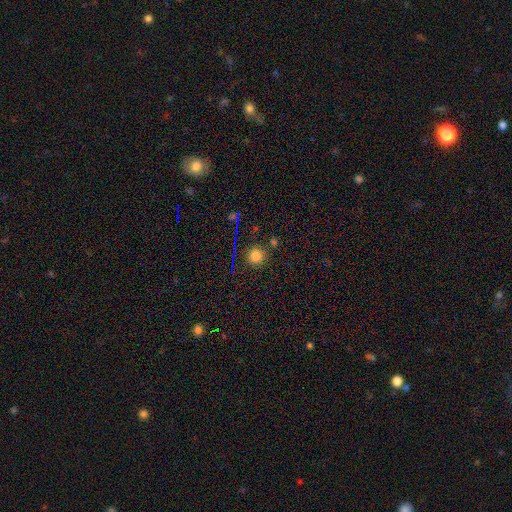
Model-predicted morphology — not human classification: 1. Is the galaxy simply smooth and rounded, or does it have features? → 75% smooth, 19% star or artifact, 6% featured or disk.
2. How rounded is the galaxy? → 93% round, 6% in between, 1% cigar-shaped.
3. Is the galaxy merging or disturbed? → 82% none, 9% minor disturbance, 6% merger, 3% major disturbance.